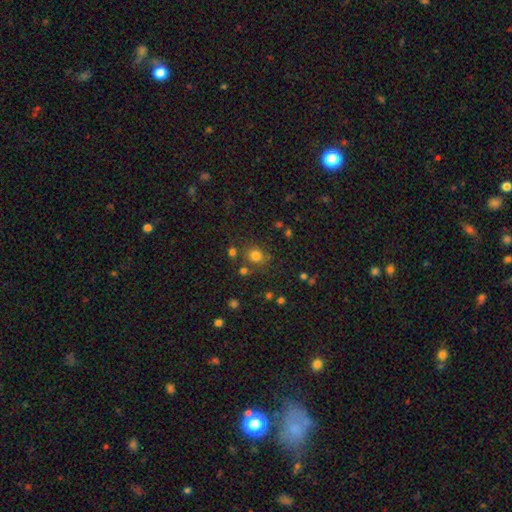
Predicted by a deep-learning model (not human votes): A smooth galaxy with no disk features (76%) that is round (83%).

Vote fractions:
- Smooth or featured? smooth: 76% / star or artifact: 17% / featured or disk: 7%
- How rounded? round: 83% / in between: 17% / cigar-shaped: 1%
- Merging? none: 74% / minor disturbance: 11% / merger: 10% / major disturbance: 5%